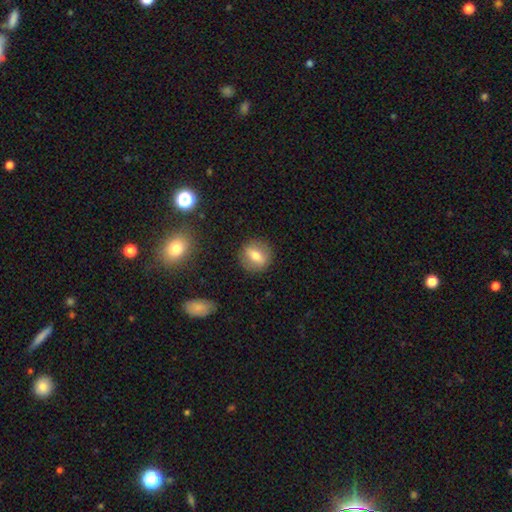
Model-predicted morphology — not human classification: A smooth galaxy with no disk features (61%) that is round (71%). Merging: none (87%).